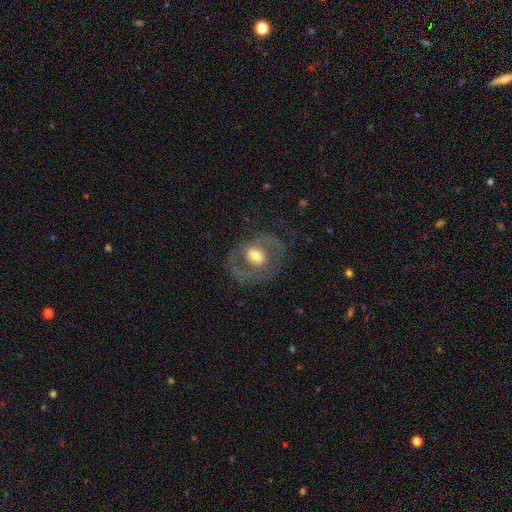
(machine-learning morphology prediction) smooth-or-featured: featured or disk: 60% | smooth: 33% | star or artifact: 7%
  disk-edge-on: no: 95% | yes: 5%
    bar: no: 67% | weak: 24% | strong: 9%
    has-spiral-arms: no: 56% | yes: 44%
    bulge-size: moderate: 62% | large: 23% | small: 11% | dominant: 2% | none: 1%
  merging: none: 70% | major disturbance: 15% | minor disturbance: 14% | merger: 1%